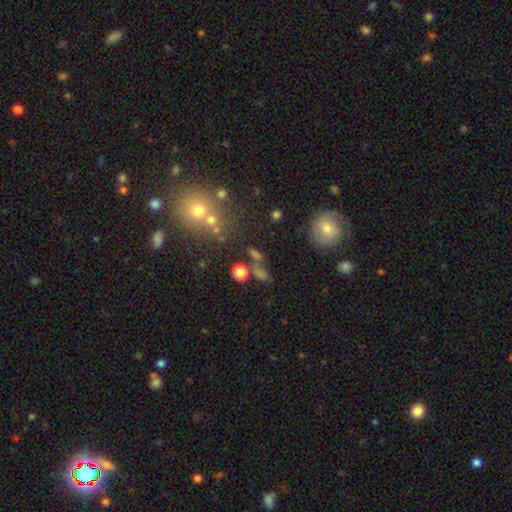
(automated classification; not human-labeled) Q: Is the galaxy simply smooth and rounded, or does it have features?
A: smooth — 54%.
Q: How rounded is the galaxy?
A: in between — 49%.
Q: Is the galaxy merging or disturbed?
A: none — 58%.